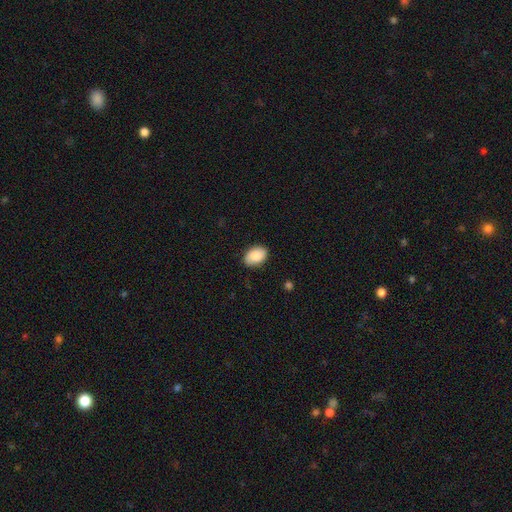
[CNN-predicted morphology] Overall: smooth (87%). How rounded: in between (86%). Merging: none (85%).